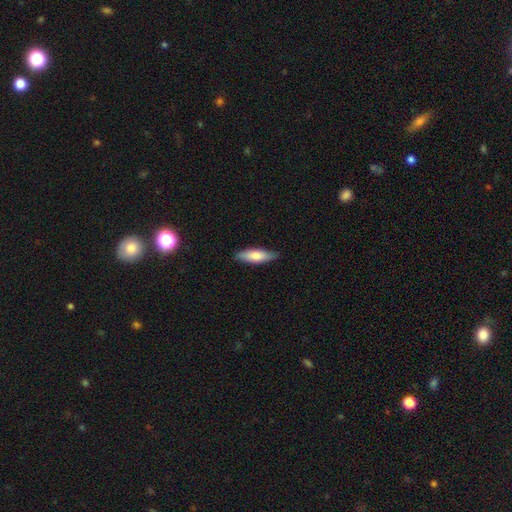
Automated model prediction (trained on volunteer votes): A smooth galaxy with no disk features (78%) that is in between round and cigar-shaped (51%).

Vote fractions:
- Smooth or featured? smooth: 78% / featured or disk: 17% / star or artifact: 5%
- How rounded? in between: 51% / cigar-shaped: 48% / round: 2%
- Merging? none: 84% / minor disturbance: 13% / major disturbance: 2% / merger: 1%